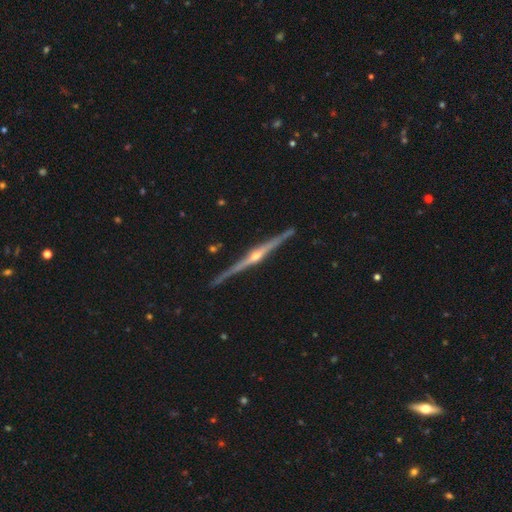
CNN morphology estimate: Smooth or featured? Predicted: featured or disk (p=0.91). Edge-on disk? Predicted: yes (p=0.99). Edge-on bulge? Predicted: rounded (p=0.90). Merging? Predicted: none (p=0.91).